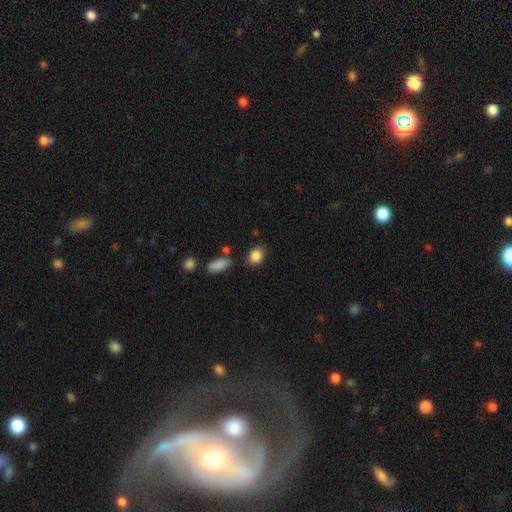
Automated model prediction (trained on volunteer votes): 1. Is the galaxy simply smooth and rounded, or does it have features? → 88% smooth, 8% star or artifact, 4% featured or disk.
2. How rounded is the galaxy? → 58% in between, 40% round, 2% cigar-shaped.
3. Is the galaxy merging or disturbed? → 79% none, 13% minor disturbance, 5% merger, 3% major disturbance.